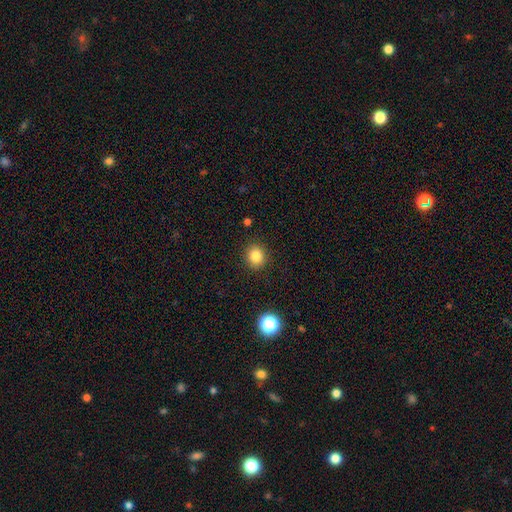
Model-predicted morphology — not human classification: A smooth galaxy with no disk features (82%) that is round (80%).

Vote fractions:
- Smooth or featured? smooth: 82% / star or artifact: 12% / featured or disk: 6%
- How rounded? round: 80% / in between: 19% / cigar-shaped: 1%
- Merging? none: 90% / minor disturbance: 7% / major disturbance: 2% / merger: 1%